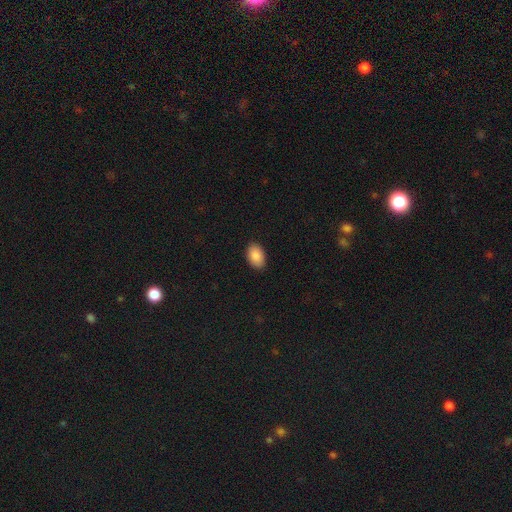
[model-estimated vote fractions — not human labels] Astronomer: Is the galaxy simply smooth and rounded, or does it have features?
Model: smooth — 90%.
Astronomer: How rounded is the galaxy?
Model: in between — 91%.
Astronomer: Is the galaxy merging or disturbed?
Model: none — 89%.